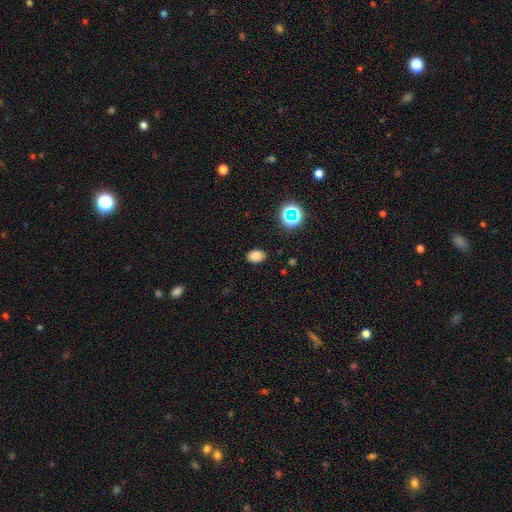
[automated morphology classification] Q: Smooth or featured?
A: smooth (80%); runner-up: star or artifact (14%)
Q: How rounded?
A: in between (80%); runner-up: round (19%)
Q: Merging?
A: none (87%); runner-up: minor disturbance (9%)